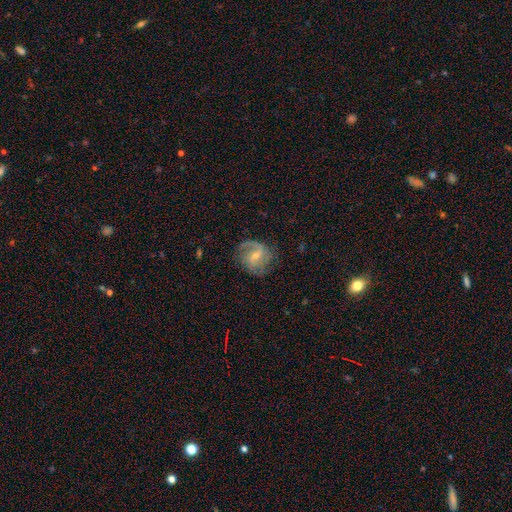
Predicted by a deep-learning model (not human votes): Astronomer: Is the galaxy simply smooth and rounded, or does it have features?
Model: featured or disk — 75%.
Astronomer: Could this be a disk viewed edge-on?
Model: no — 97%.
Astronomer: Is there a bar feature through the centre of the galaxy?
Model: weak — 57%.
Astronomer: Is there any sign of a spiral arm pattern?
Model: yes — 91%.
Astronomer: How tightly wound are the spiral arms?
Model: medium — 45% (runner-up: loose, 36%).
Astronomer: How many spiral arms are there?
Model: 2 — 64%.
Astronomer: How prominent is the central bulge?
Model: small — 57% (runner-up: moderate, 36%).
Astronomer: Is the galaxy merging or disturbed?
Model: none — 67%.